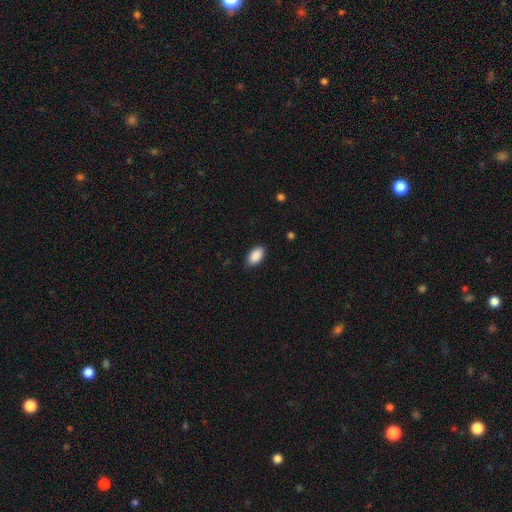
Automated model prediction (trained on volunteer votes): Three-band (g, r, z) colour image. It shows a smooth galaxy with no disk features (90%) that is in between round and cigar-shaped (94%). Merging: none (86%).